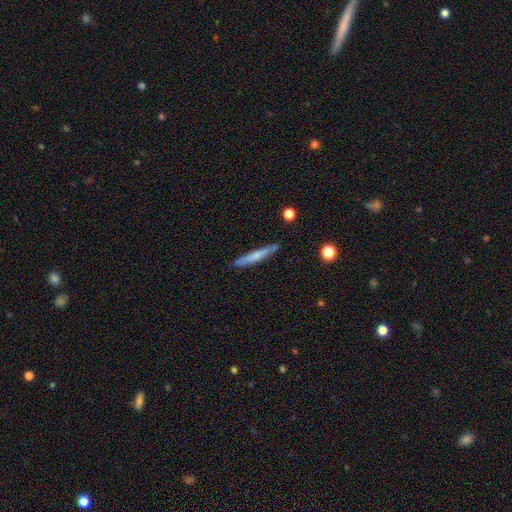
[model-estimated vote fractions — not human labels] Q: Smooth or featured?
A: smooth (57%); runner-up: featured or disk (37%)
Q: How rounded?
A: cigar-shaped (94%); runner-up: in between (4%)
Q: Merging?
A: none (86%); runner-up: minor disturbance (10%)